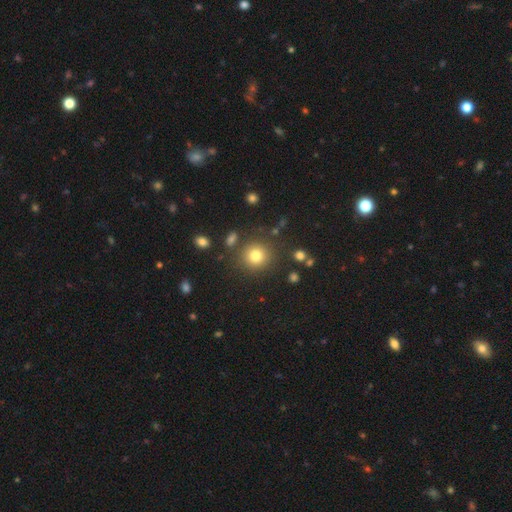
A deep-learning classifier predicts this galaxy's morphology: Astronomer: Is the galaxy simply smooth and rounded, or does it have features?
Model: smooth — 81%.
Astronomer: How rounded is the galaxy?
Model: round — 91%.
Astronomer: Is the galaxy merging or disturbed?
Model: none — 84%.